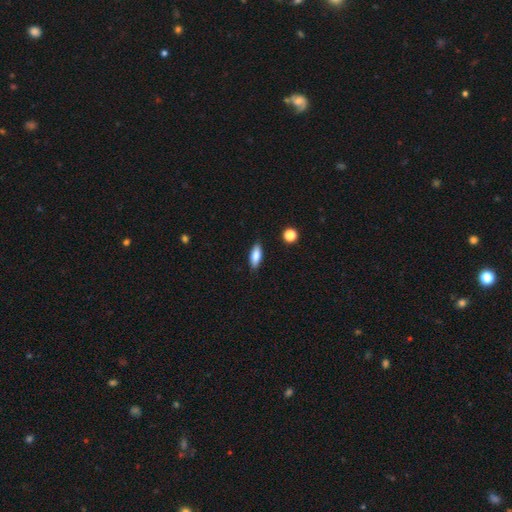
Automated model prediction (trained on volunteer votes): smooth_or_featured: smooth (p=0.81) [alt: featured or disk p=0.12]
how_rounded: in between (p=0.74) [alt: cigar-shaped p=0.24]
merging: none (p=0.86) [alt: minor disturbance p=0.10]